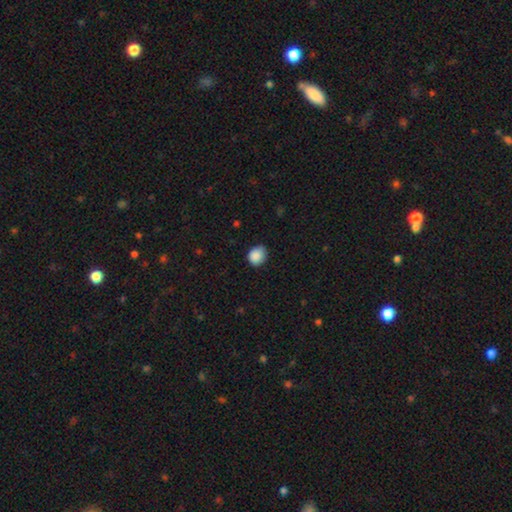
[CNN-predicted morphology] A smooth galaxy with no disk features (88%) that is round (67%).

Vote fractions:
- Smooth or featured? smooth: 88% / star or artifact: 9% / featured or disk: 4%
- How rounded? round: 67% / in between: 32% / cigar-shaped: 1%
- Merging? none: 73% / minor disturbance: 23% / major disturbance: 3% / merger: 1%